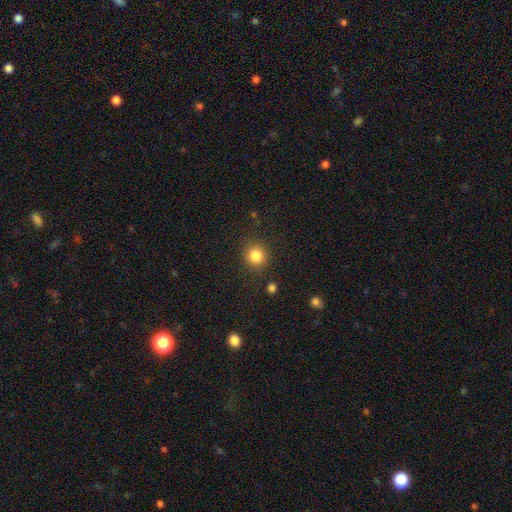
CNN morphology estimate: smooth 84%, star or artifact 11%, featured or disk 5%. Down the decision tree: how rounded — round (88%); merging — none (86%).